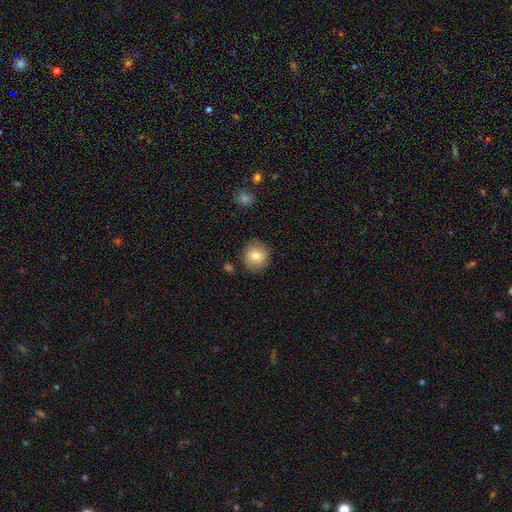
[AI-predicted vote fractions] smooth_or_featured: smooth (p=0.82) [alt: featured or disk p=0.10]
how_rounded: round (p=0.89) [alt: in between p=0.10]
merging: none (p=0.85) [alt: minor disturbance p=0.10]